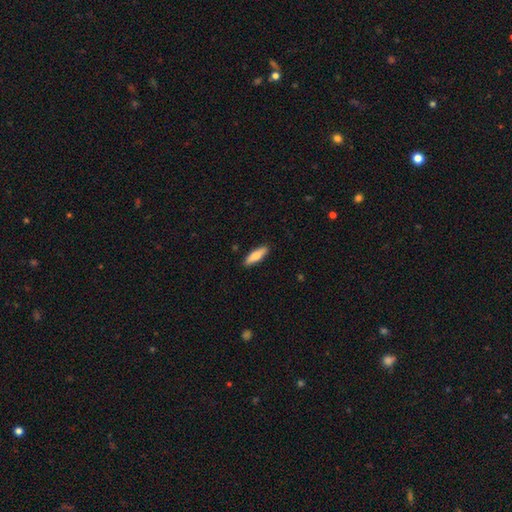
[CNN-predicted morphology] Smooth or featured?
  - smooth: 68% *
  - featured or disk: 26%
  - star or artifact: 6%
How rounded?
  - cigar-shaped: 55% *
  - in between: 43%
  - round: 2%
Merging?
  - none: 90% *
  - minor disturbance: 8%
  - major disturbance: 2%
  - merger: 1%